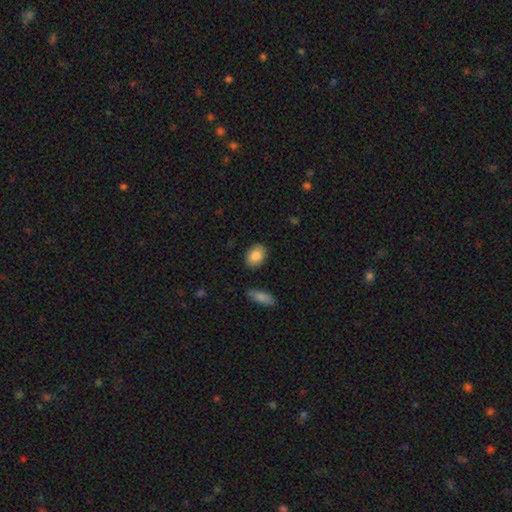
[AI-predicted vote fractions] Morphology: type=smooth (87%); roundness=in between (77%); merging=none (86%).